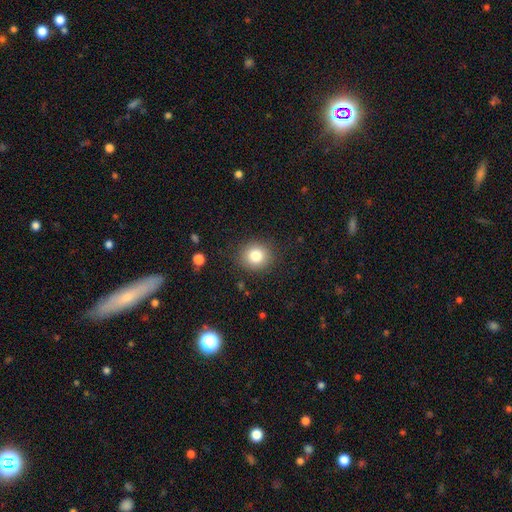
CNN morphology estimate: Smooth or featured? Predicted: smooth (p=0.81). How rounded? Predicted: round (p=0.83). Merging? Predicted: none (p=0.87).